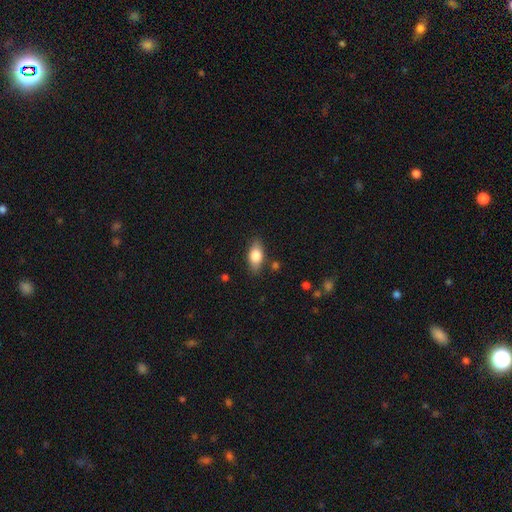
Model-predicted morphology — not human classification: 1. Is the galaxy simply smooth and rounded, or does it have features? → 78% smooth, 15% featured or disk, 7% star or artifact.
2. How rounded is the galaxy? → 86% in between, 8% cigar-shaped, 5% round.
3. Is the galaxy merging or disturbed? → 83% none, 12% minor disturbance, 3% major disturbance, 2% merger.